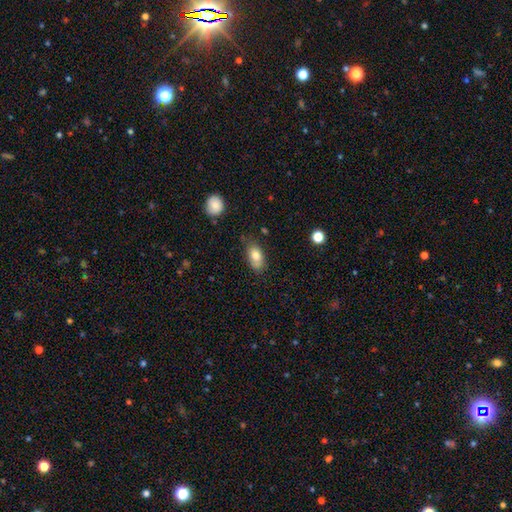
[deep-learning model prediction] Morphology: type=smooth (80%); roundness=in between (89%); merging=none (71%).